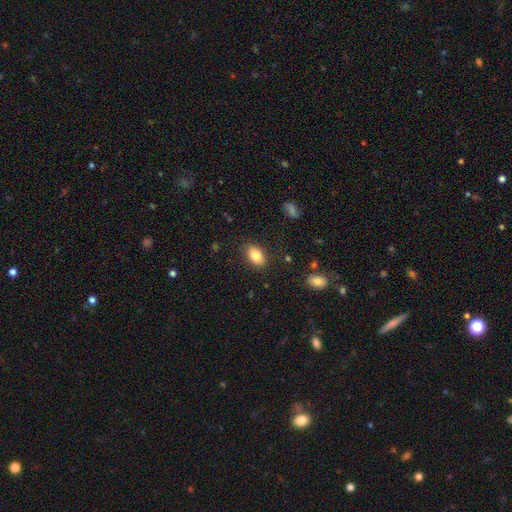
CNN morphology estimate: Smooth or featured? smooth (82%)
How rounded? in between (89%)
Merging? none (86%)